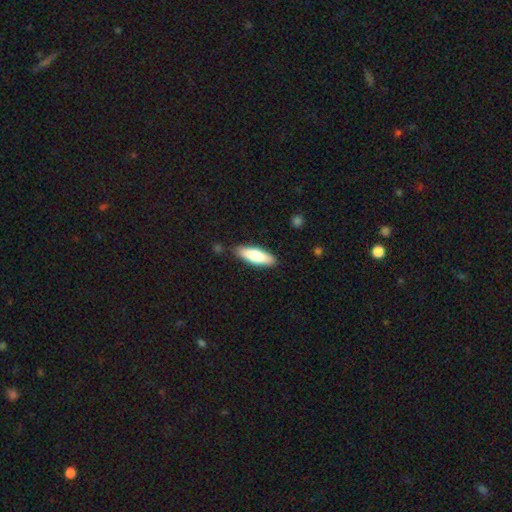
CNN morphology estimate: This appears to be a smooth galaxy with no disk features (79%) that is in between round and cigar-shaped (53%). Merging: none (85%).